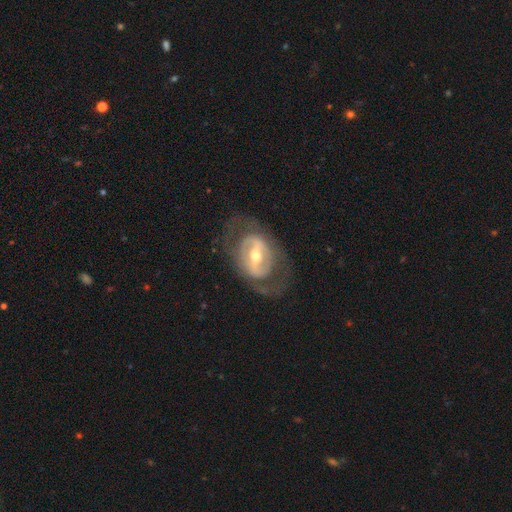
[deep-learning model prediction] This appears to be a featured or disk galaxy (80%) with a strong bar (55%), spiral arms (54%) and a moderate central bulge (65%). Merging: none (67%).